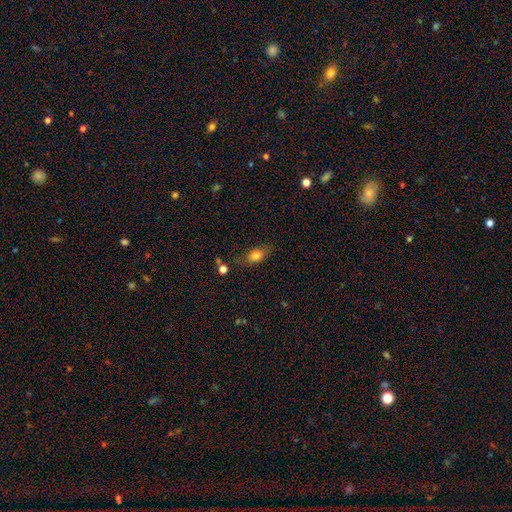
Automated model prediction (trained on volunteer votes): This is likely a smooth galaxy (77%). How rounded: likely in between (77%). Merging: likely none (74%).